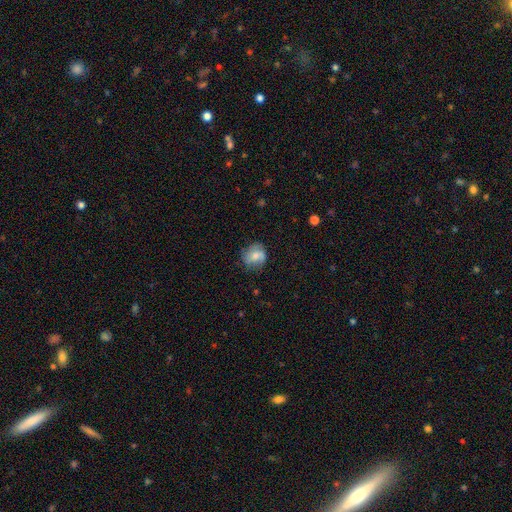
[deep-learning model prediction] A smooth galaxy with no disk features (55%) that is round (70%). Merging: none (65%).